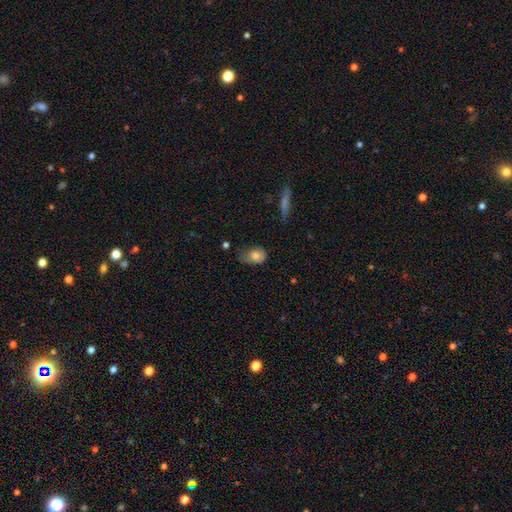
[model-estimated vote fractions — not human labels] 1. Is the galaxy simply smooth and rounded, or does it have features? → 73% smooth, 19% featured or disk, 8% star or artifact.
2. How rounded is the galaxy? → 71% in between, 27% round, 2% cigar-shaped.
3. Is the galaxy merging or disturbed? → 43% minor disturbance, 33% none, 21% major disturbance, 2% merger.